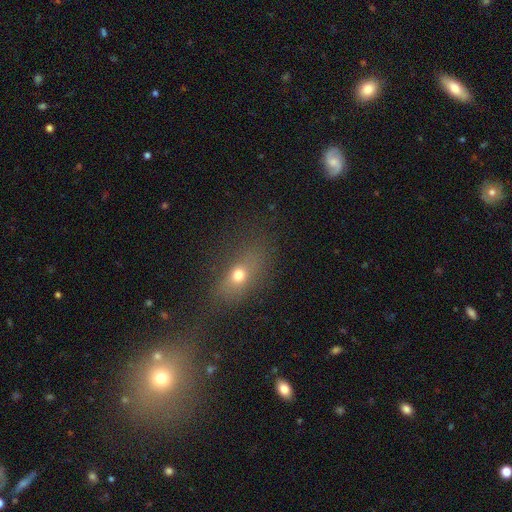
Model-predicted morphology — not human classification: smooth 53%, star or artifact 30%, featured or disk 17%. Down the decision tree: how rounded — in between (68%); merging — none (59%).